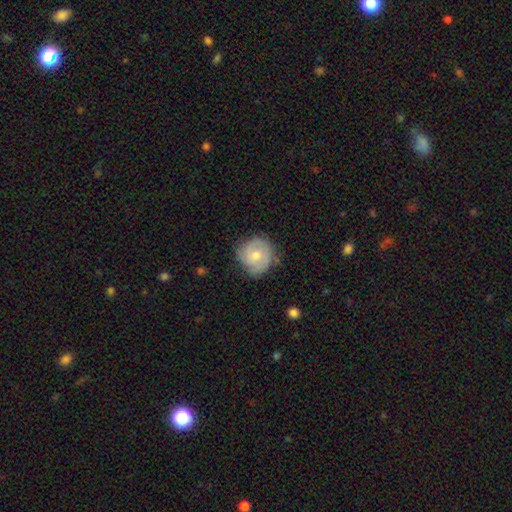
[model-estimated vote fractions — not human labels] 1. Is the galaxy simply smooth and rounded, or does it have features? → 50% smooth, 44% featured or disk, 7% star or artifact.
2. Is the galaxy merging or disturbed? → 69% none, 23% minor disturbance, 6% major disturbance, 2% merger.